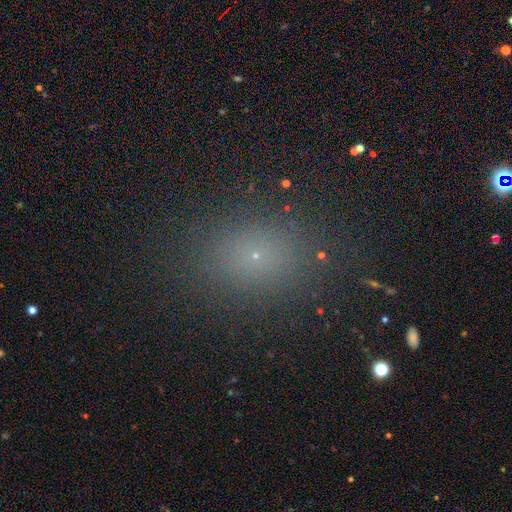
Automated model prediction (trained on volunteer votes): Overall: smooth (64%; star or artifact 27%). How rounded: in between (54%; round 44%). Merging: none (87%).